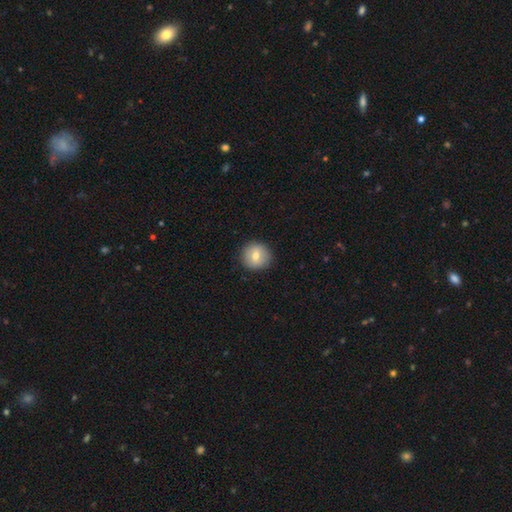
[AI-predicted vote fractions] Overall: smooth (71%). How rounded: round (92%). Merging: none (90%).